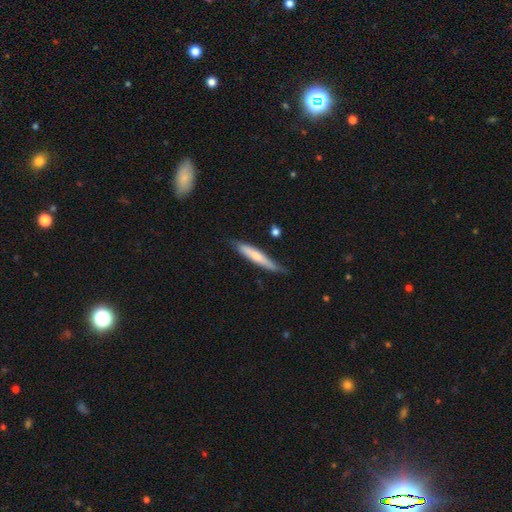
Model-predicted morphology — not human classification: The model was most divided on "smooth or featured": smooth: 60%, featured or disk: 34%, star or artifact: 5%. More confident: how rounded — cigar-shaped (92%); merging — none (73%).